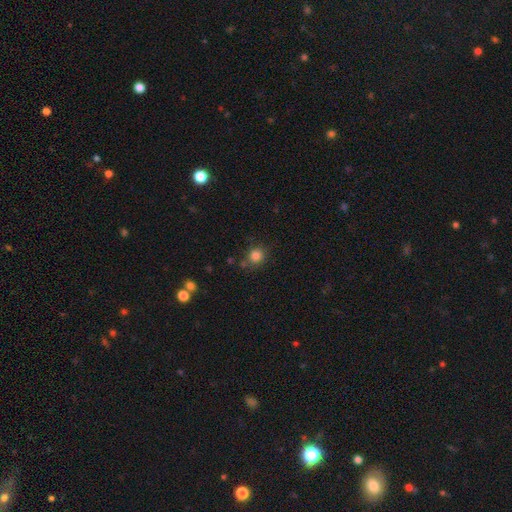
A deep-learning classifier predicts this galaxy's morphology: Smooth or featured: smooth — 84% (star or artifact — 12%)
How rounded: round — 85% (in between — 14%)
Merging: none — 75% (minor disturbance — 14%)